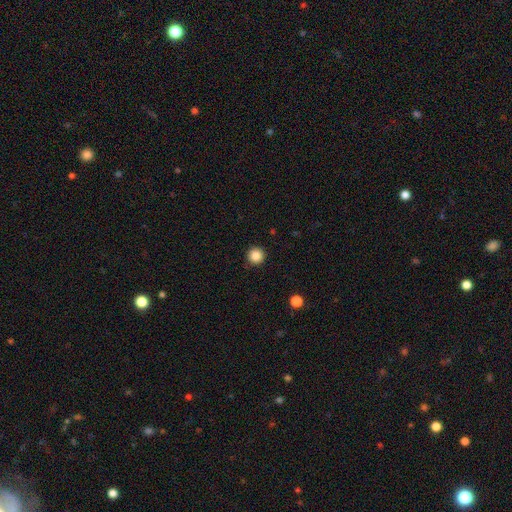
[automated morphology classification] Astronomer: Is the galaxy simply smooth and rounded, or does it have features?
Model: smooth — 85%.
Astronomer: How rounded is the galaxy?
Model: round — 96%.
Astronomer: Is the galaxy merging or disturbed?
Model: none — 93%.